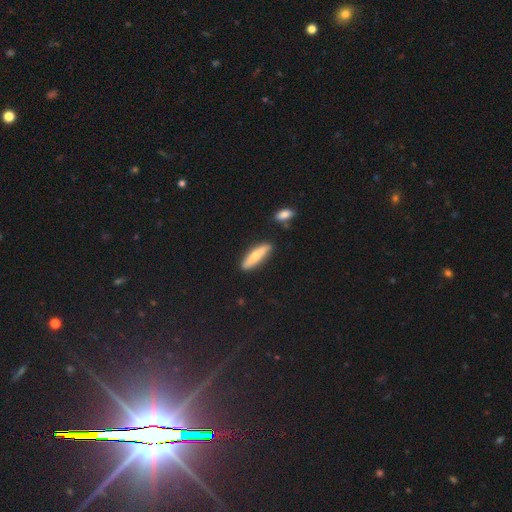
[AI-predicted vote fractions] A smooth galaxy with no disk features (67%) that is cigar-shaped (78%). Merging: none (84%).